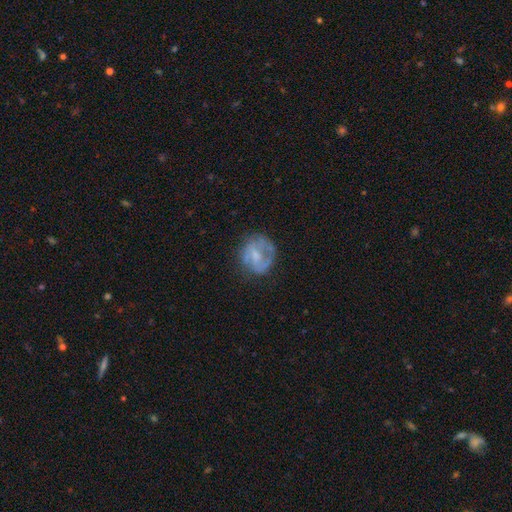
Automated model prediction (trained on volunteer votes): This appears to be a featured or disk galaxy (60%) with no bar (49%), spiral arms (58%) and a small central bulge (42%). Merging: none (56%).